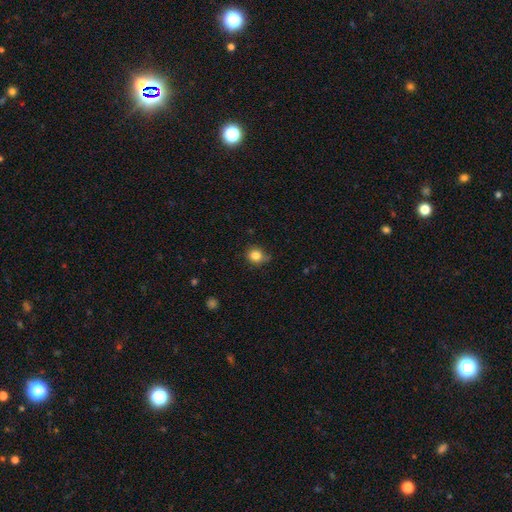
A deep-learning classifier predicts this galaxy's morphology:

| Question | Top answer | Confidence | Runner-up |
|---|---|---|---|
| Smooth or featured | smooth | 83% | star or artifact (11%) |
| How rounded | round | 78% | in between (21%) |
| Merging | none | 71% | minor disturbance (23%) |